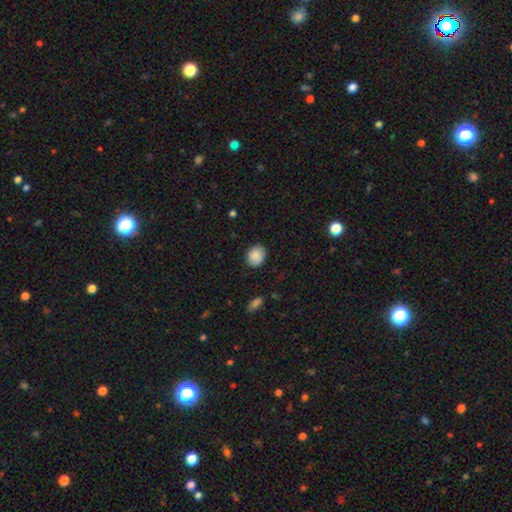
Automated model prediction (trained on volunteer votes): Q: Smooth or featured?
A: smooth (86%); runner-up: star or artifact (8%)
Q: How rounded?
A: round (65%); runner-up: in between (34%)
Q: Merging?
A: none (84%); runner-up: minor disturbance (12%)